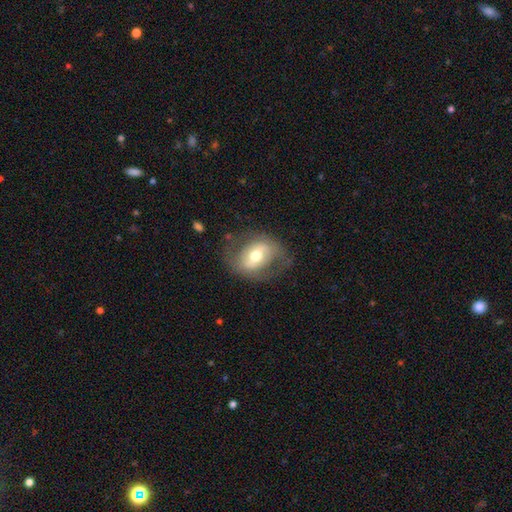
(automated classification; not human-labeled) Overall: featured or disk (56%; smooth 37%). Edge-on disk: no (93%). Bar: weak (36%; strong 33%). Spiral arms: yes (52%; no 48%). Bulge size: moderate (70%). Merging: none (67%).